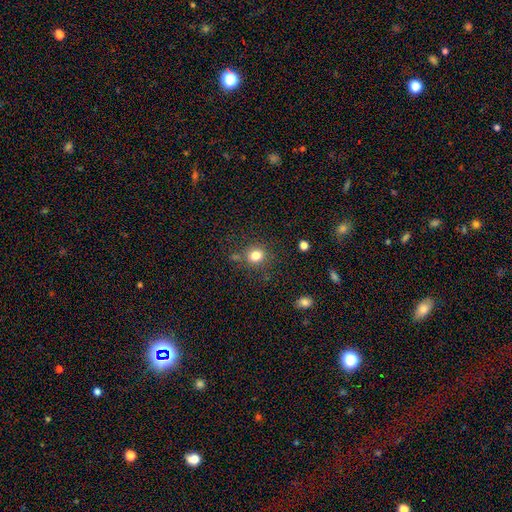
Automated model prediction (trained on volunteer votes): Smooth or featured? smooth (81%)
How rounded? round (81%)
Merging? none (78%)